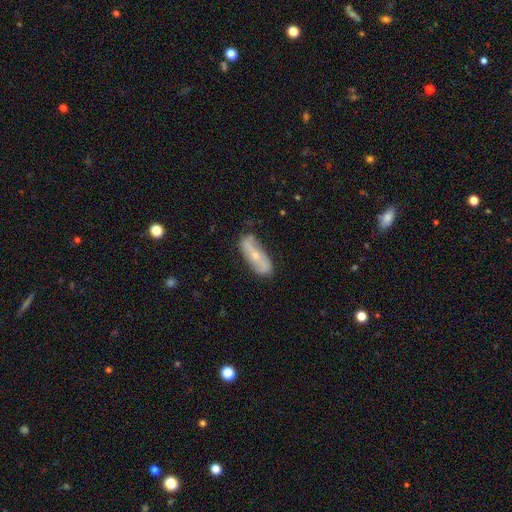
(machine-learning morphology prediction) Smooth or featured? Predicted: featured or disk (p=0.58). Edge-on disk? Predicted: no (p=0.75). Merging? Predicted: none (p=0.76).